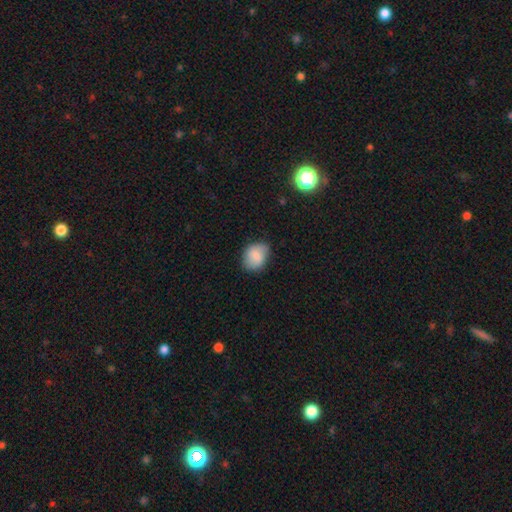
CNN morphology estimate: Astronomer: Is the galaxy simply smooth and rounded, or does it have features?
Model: smooth — 80%.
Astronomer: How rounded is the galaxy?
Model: in between — 50% (runner-up: round, 49%).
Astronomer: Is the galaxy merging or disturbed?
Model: none — 72%.